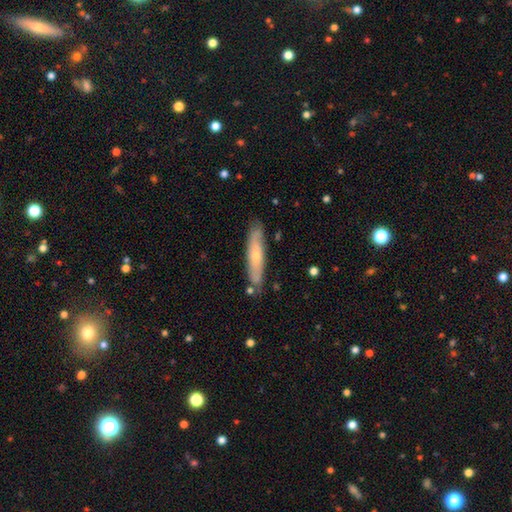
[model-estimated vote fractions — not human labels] Morphology: type=smooth (48%); merging=none (79%).